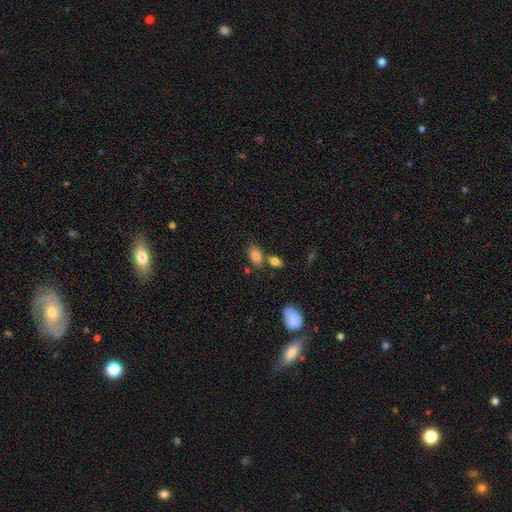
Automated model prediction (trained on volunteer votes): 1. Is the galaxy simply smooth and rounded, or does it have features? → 83% smooth, 9% star or artifact, 8% featured or disk.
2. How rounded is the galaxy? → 86% in between, 11% round, 3% cigar-shaped.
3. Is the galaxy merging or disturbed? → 57% none, 23% merger, 15% minor disturbance, 5% major disturbance.